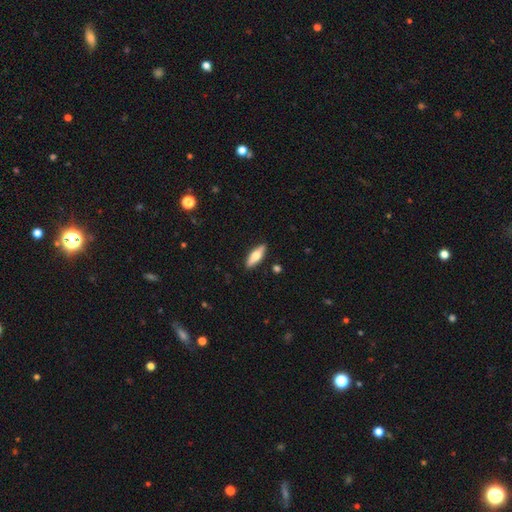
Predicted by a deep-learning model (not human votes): A smooth galaxy with no disk features (66%) that is in between round and cigar-shaped (55%). Merging: none (88%).